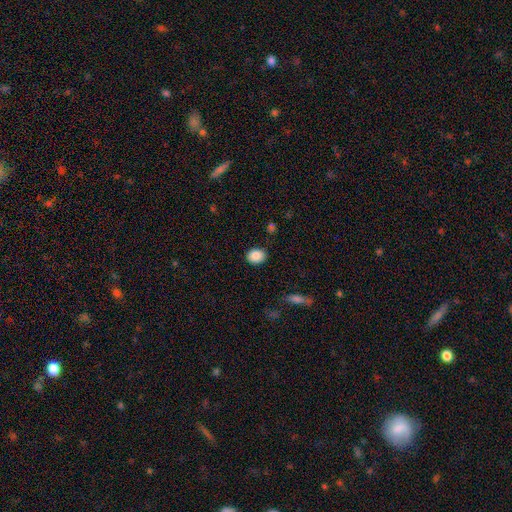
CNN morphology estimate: smooth_or_featured: smooth (p=0.87) [alt: star or artifact p=0.08]
how_rounded: round (p=0.53) [alt: in between p=0.46]
merging: none (p=0.87) [alt: minor disturbance p=0.09]